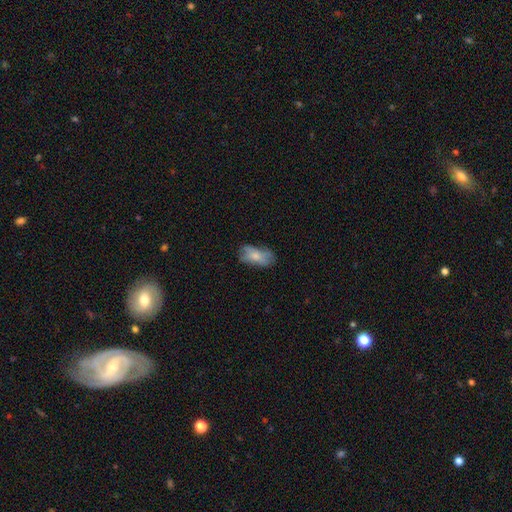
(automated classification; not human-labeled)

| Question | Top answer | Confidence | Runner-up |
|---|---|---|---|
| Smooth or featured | smooth | 74% | featured or disk (19%) |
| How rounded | in between | 90% | cigar-shaped (5%) |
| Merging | none | 55% | minor disturbance (31%) |